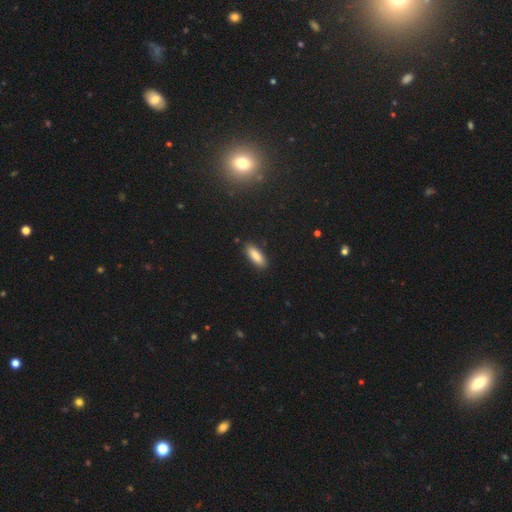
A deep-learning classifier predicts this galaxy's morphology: Q: Smooth or featured?
A: smooth (87%); runner-up: star or artifact (7%)
Q: How rounded?
A: in between (65%); runner-up: cigar-shaped (33%)
Q: Merging?
A: none (87%); runner-up: minor disturbance (10%)